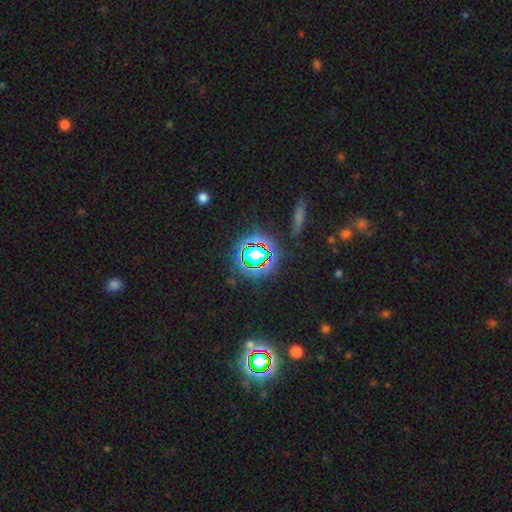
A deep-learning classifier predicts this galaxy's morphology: The model was most divided on "smooth or featured": star or artifact: 72%, smooth: 17%, featured or disk: 10%.